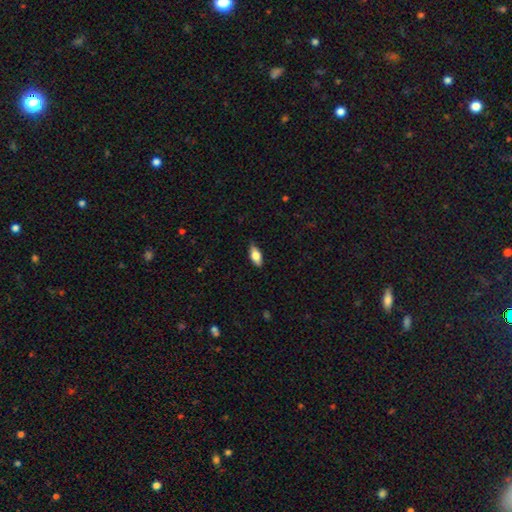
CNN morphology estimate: This is likely a smooth galaxy (69%). How rounded: clearly in between (82%). Merging: clearly none (82%).